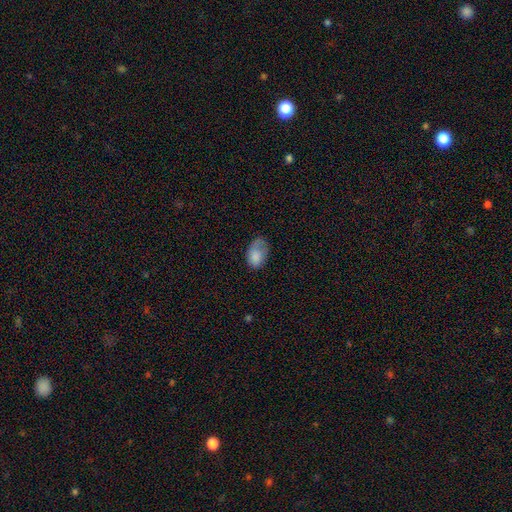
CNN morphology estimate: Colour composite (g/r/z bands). It shows a smooth galaxy with no disk features (80%) that is in between round and cigar-shaped (90%). Merging: none (45%).